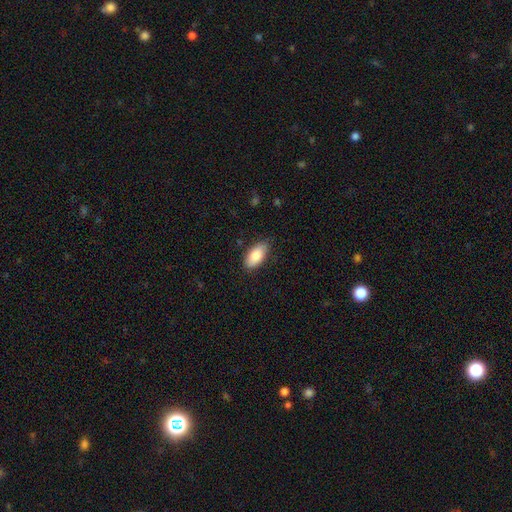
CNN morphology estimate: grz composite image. It shows a smooth galaxy with no disk features (84%) that is in between round and cigar-shaped (92%). Merging: none (82%).